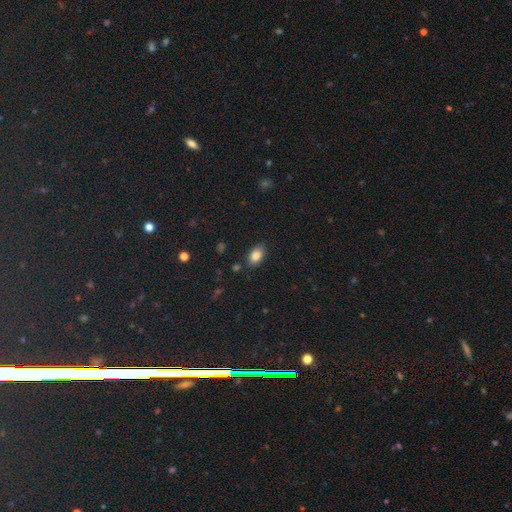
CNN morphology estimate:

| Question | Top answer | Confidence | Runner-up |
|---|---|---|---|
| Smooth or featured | smooth | 85% | star or artifact (9%) |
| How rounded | in between | 89% | round (9%) |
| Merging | none | 83% | minor disturbance (12%) |